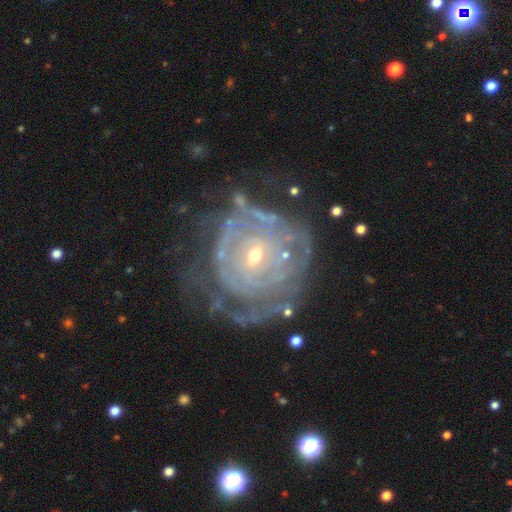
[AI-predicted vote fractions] Morphology: type=featured or disk (82%); edge-on=no (97%); bar=no (68%); spiral arms=yes (79%); winding=tight (77%); arm count=can't tell (57%); bulge=small (70%); merging=none (54%).